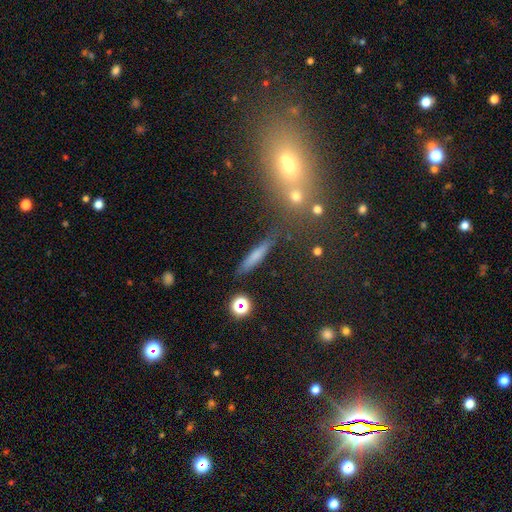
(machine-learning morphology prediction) Smooth or featured? smooth (66%)
How rounded? cigar-shaped (88%)
Merging? none (81%)